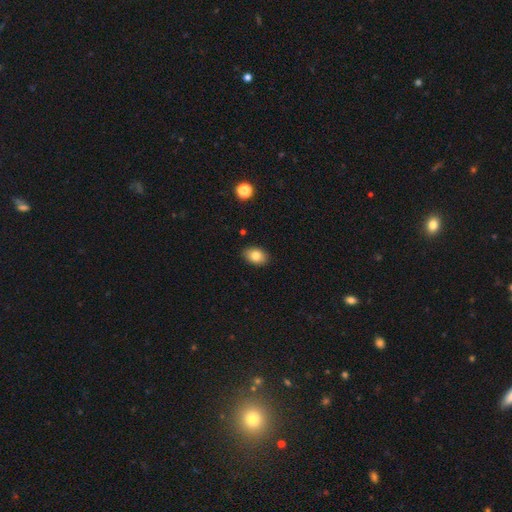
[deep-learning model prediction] smooth_or_featured: smooth (p=0.82) [alt: featured or disk p=0.09]
how_rounded: in between (p=0.80) [alt: round p=0.18]
merging: none (p=0.86) [alt: minor disturbance p=0.10]